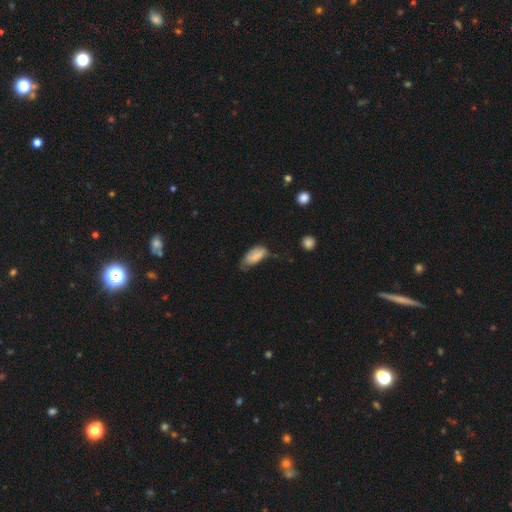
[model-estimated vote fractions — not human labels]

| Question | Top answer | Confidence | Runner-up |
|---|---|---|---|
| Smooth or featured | smooth | 77% | featured or disk (15%) |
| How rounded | in between | 88% | cigar-shaped (9%) |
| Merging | minor disturbance | 42% | none (32%) |